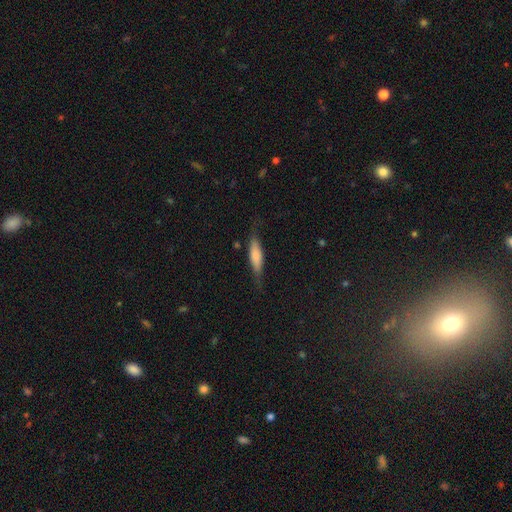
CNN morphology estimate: smooth-or-featured: smooth: 66% | featured or disk: 28% | star or artifact: 6%
  how-rounded: cigar-shaped: 63% | in between: 35% | round: 2%
  merging: none: 71% | minor disturbance: 20% | major disturbance: 7% | merger: 2%